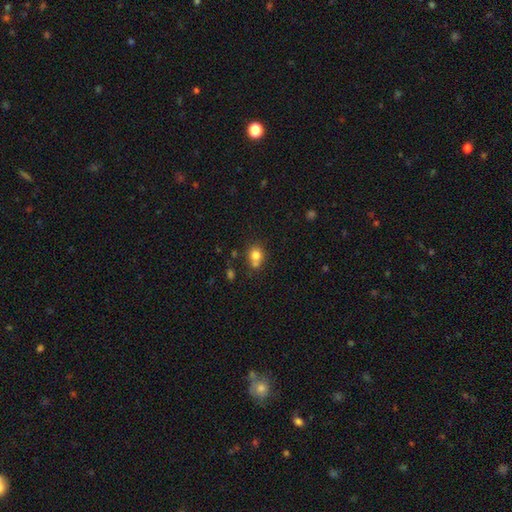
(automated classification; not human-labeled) Overall: smooth (79%). How rounded: round (67%; in between 32%). Merging: none (52%; merger 28%).